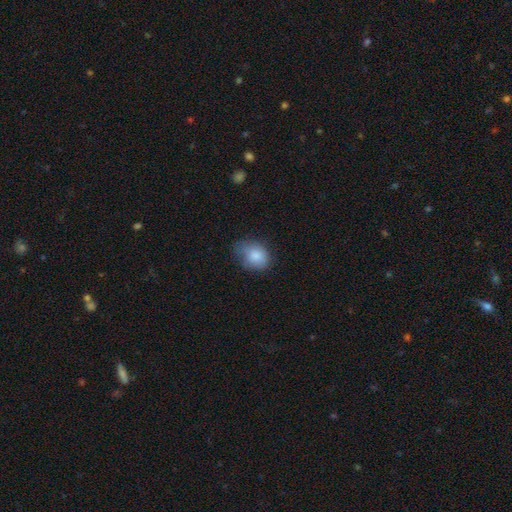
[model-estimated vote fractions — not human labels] This appears to be a smooth galaxy with no disk features (84%) that is in between round and cigar-shaped (56%). Merging: none (52%).